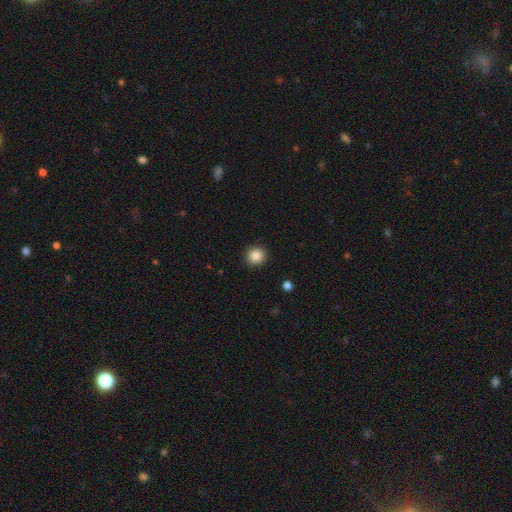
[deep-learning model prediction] Smooth or featured: smooth — 87% (star or artifact — 10%)
How rounded: round — 93% (in between — 6%)
Merging: none — 92% (minor disturbance — 5%)